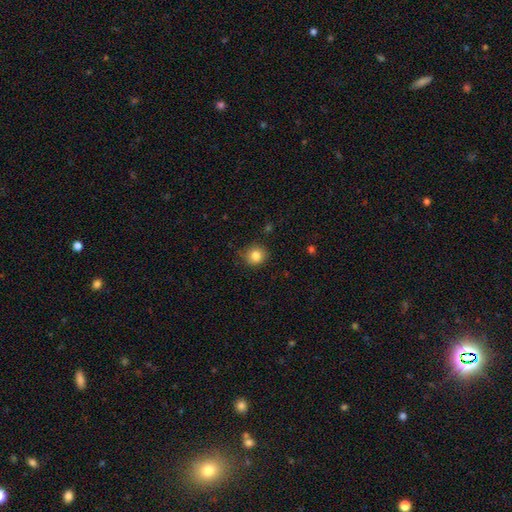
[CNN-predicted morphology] A smooth galaxy with no disk features (83%) that is round (86%). Merging: none (83%).